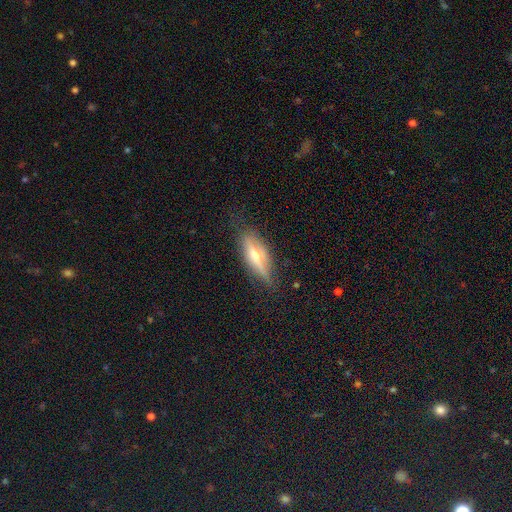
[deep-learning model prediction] Morphology: type=featured or disk (62%); edge-on=yes (88%); edge-on bulge=rounded (88%); merging=none (78%).